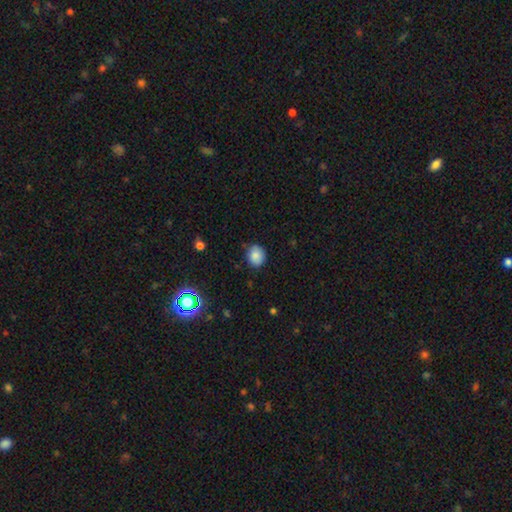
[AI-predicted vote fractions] Smooth or featured: smooth — 84% (star or artifact — 11%)
How rounded: round — 68% (in between — 31%)
Merging: none — 81% (minor disturbance — 15%)